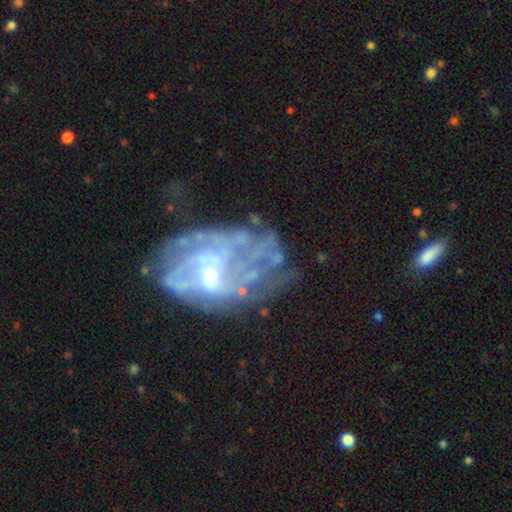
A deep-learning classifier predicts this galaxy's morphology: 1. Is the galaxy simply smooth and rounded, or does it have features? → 75% featured or disk, 14% smooth, 10% star or artifact.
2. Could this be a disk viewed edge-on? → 97% no, 3% yes.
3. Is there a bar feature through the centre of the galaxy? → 62% no, 32% weak, 6% strong.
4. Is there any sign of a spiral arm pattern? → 57% yes, 43% no.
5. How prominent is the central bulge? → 53% small, 32% moderate, 12% none, 2% large, 1% dominant.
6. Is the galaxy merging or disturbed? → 42% none, 28% major disturbance, 24% minor disturbance, 6% merger.